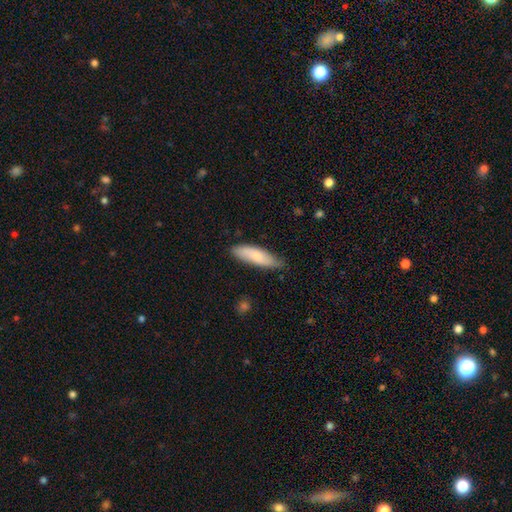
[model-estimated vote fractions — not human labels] Smooth or featured? Predicted: smooth (p=0.75). How rounded? Predicted: cigar-shaped (p=0.55). Merging? Predicted: none (p=0.76).